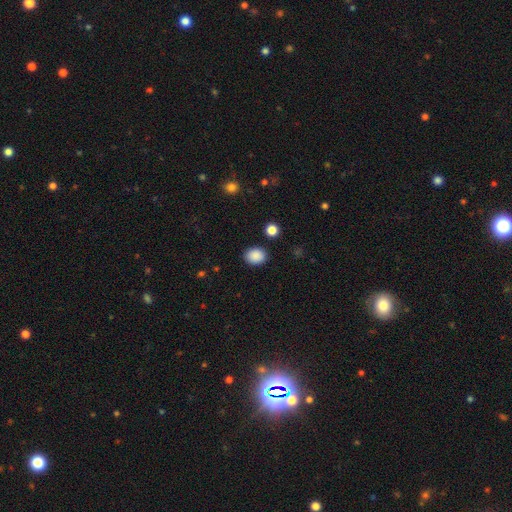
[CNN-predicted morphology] This is clearly a smooth galaxy (88%). How rounded: possibly round (52%). Merging: clearly none (88%).